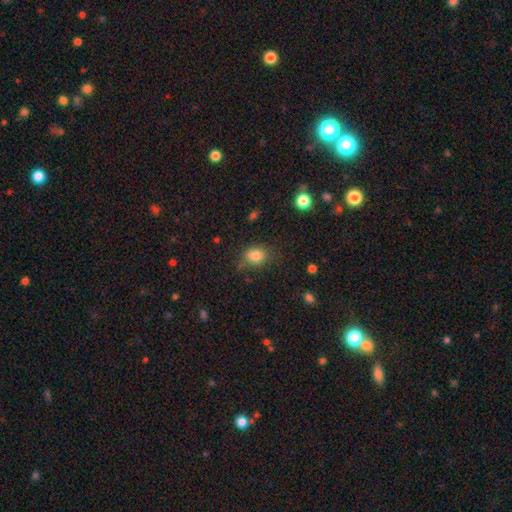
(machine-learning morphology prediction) A smooth galaxy with no disk features (80%) that is round (54%).

Vote fractions:
- Smooth or featured? smooth: 80% / star or artifact: 12% / featured or disk: 8%
- How rounded? round: 54% / in between: 45% / cigar-shaped: 1%
- Merging? none: 64% / minor disturbance: 23% / major disturbance: 7% / merger: 6%